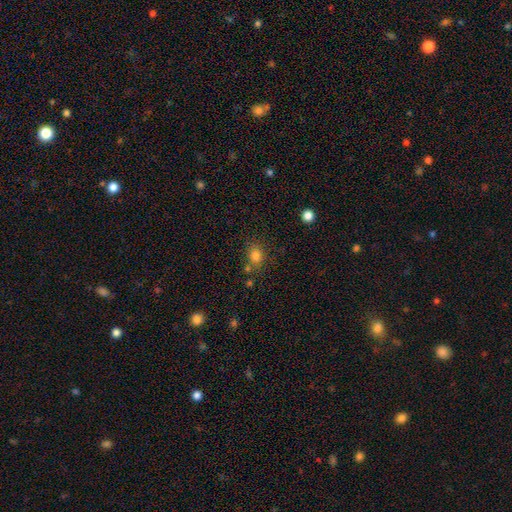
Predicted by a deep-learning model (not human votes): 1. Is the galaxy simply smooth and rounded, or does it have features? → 80% smooth, 13% star or artifact, 7% featured or disk.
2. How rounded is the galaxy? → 59% round, 40% in between, 1% cigar-shaped.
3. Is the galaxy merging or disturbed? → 71% none, 13% minor disturbance, 11% merger, 4% major disturbance.